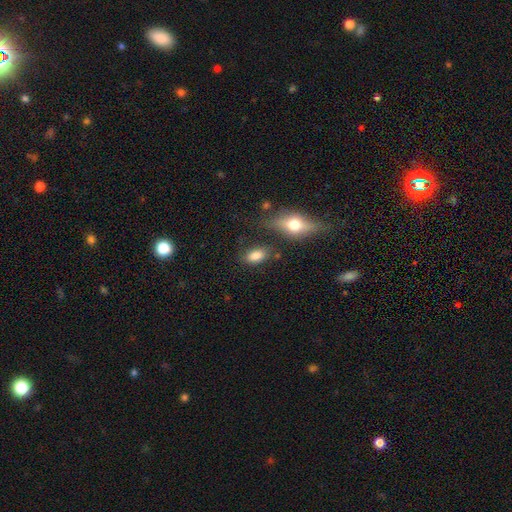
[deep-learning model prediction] Morphology: type=smooth (82%); roundness=in between (87%); merging=none (76%).